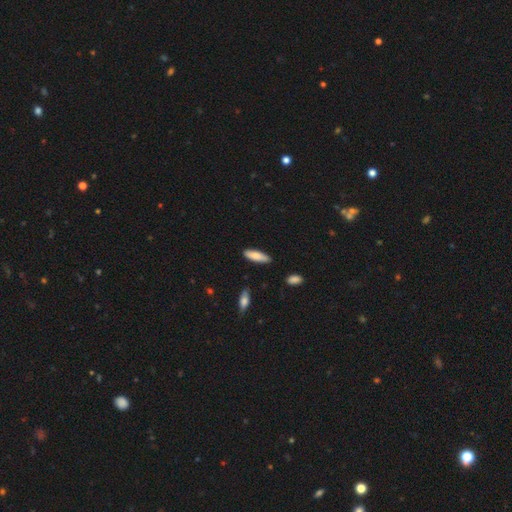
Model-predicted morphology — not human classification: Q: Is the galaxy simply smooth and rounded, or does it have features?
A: smooth — 82%.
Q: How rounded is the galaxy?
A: in between — 49%, tied with cigar-shaped.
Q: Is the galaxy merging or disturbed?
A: none — 83%.